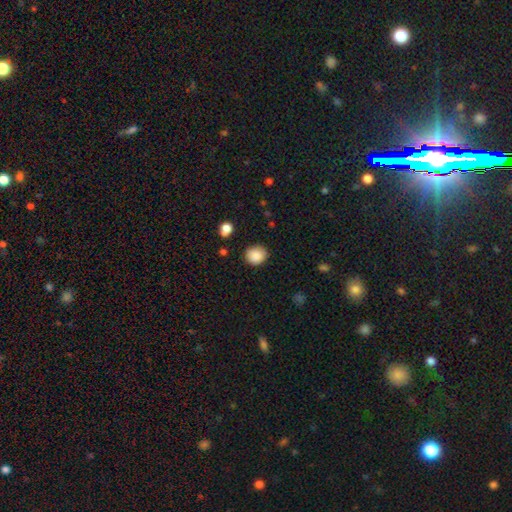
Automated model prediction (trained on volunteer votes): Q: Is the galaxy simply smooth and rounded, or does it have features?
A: smooth — 87%.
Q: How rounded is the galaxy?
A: round — 81%.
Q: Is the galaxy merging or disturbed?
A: none — 83%.